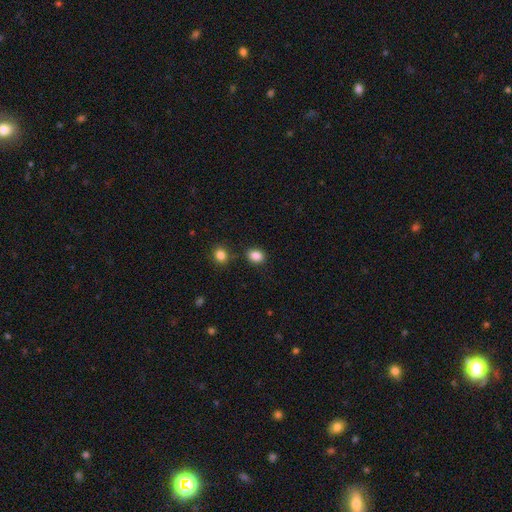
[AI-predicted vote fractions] smooth_or_featured: smooth (p=0.87) [alt: star or artifact p=0.10]
how_rounded: round (p=0.51) [alt: in between p=0.48]
merging: none (p=0.81) [alt: minor disturbance p=0.10]